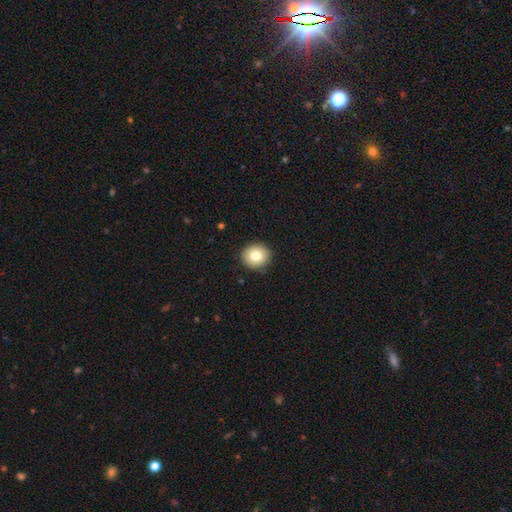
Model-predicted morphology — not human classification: This appears to be a smooth galaxy with no disk features (80%) that is round (86%). Merging: none (91%).